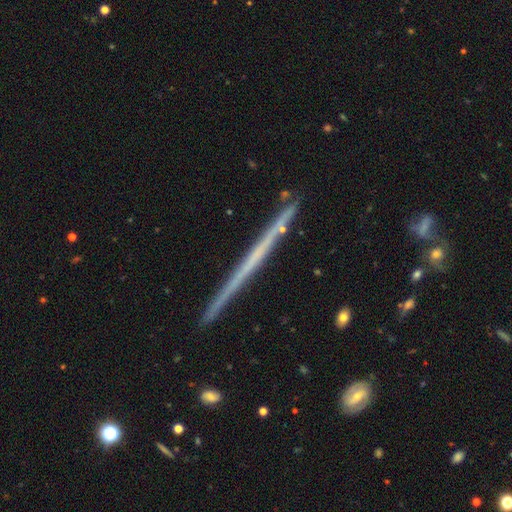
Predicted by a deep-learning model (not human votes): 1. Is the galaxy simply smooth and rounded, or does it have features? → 65% featured or disk, 29% smooth, 6% star or artifact.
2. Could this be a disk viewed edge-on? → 98% yes, 2% no.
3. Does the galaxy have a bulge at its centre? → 93% none, 5% rounded, 3% boxy.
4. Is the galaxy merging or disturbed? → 89% none, 8% minor disturbance, 2% merger, 1% major disturbance.